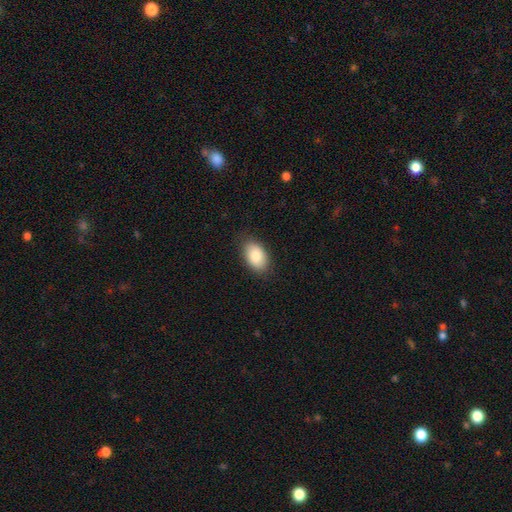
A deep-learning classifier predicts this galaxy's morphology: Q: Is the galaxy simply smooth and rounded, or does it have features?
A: smooth — 85%.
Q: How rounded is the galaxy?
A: in between — 91%.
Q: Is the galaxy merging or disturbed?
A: none — 84%.